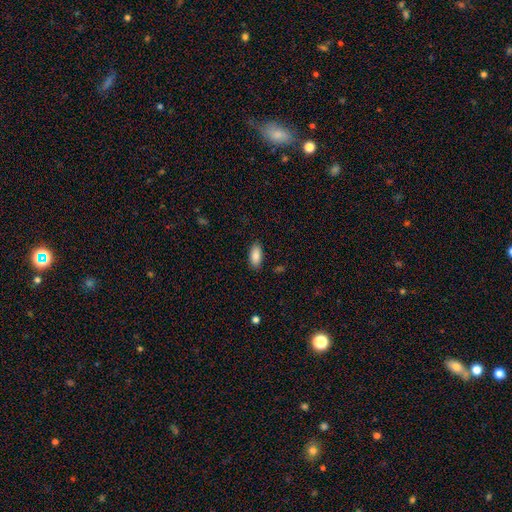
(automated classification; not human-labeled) The model was most divided on "merging": none: 87%, minor disturbance: 10%, major disturbance: 2%, merger: 1%. More confident: how rounded — in between (91%); smooth or featured — smooth (87%).